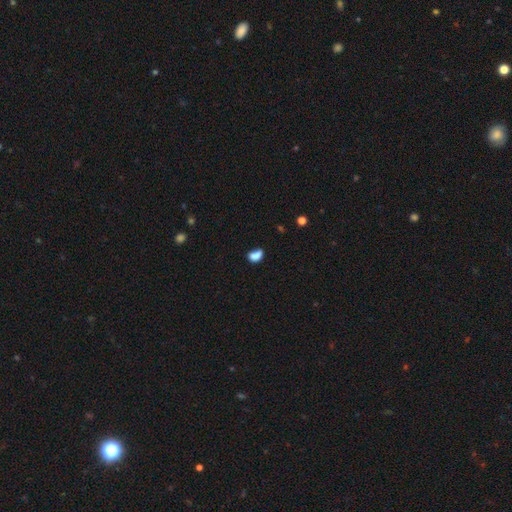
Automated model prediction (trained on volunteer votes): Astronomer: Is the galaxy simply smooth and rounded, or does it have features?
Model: smooth — 80%.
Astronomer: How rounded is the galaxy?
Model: in between — 80%.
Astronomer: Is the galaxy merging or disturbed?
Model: none — 39% (runner-up: minor disturbance, 25%).